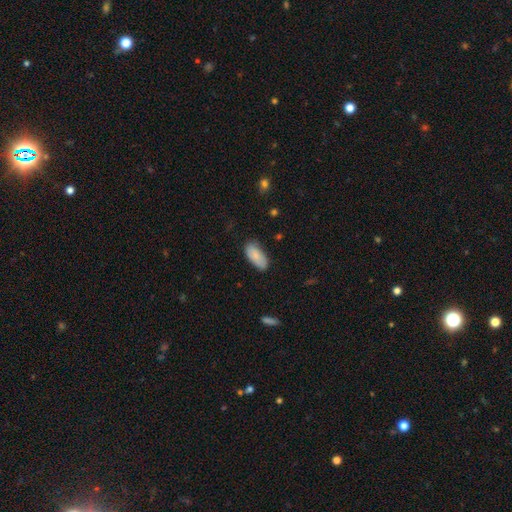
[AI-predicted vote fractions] A smooth galaxy with no disk features (83%) that is in between round and cigar-shaped (90%).

Vote fractions:
- Smooth or featured? smooth: 83% / featured or disk: 11% / star or artifact: 6%
- How rounded? in between: 90% / cigar-shaped: 8% / round: 2%
- Merging? none: 75% / minor disturbance: 20% / major disturbance: 4% / merger: 1%